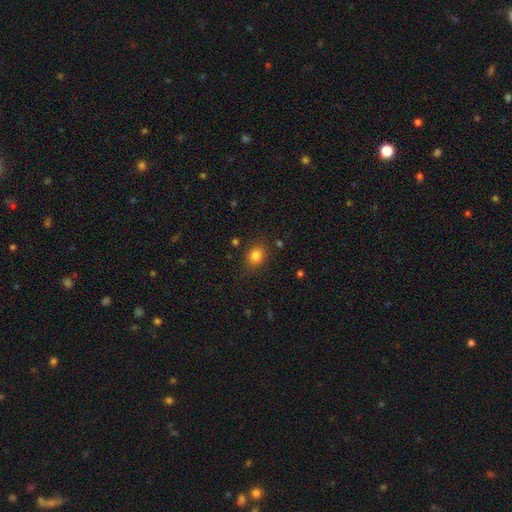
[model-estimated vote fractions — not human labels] smooth 82%, star or artifact 12%, featured or disk 7%. Down the decision tree: how rounded — round (51%); merging — none (80%).